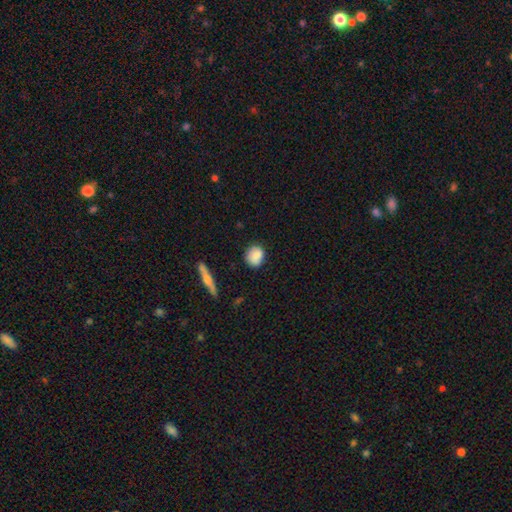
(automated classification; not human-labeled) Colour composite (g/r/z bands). It shows a smooth galaxy with no disk features (85%) that is round (66%). Merging: none (81%).